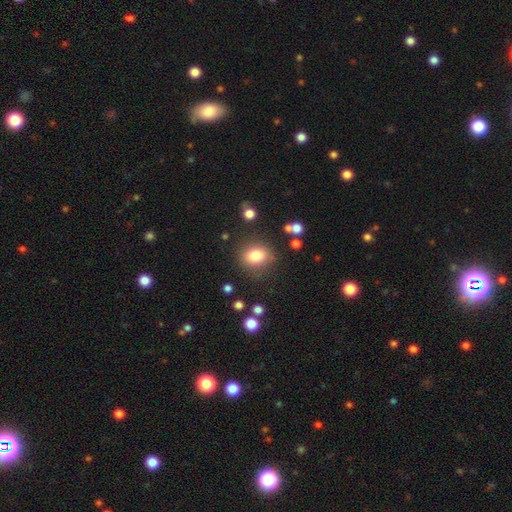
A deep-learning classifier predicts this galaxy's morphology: smooth 80%, star or artifact 11%, featured or disk 8%. Down the decision tree: how rounded — round (63%); merging — none (80%).